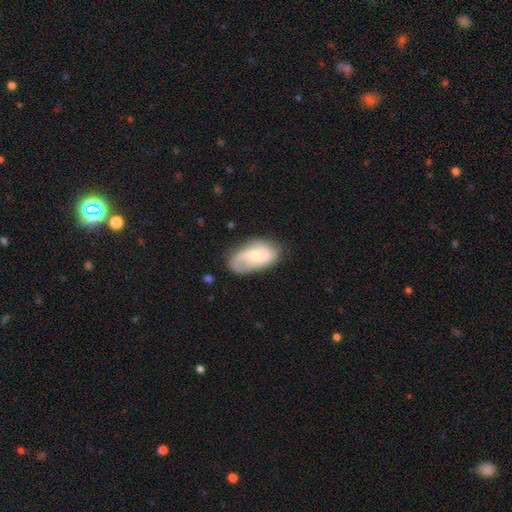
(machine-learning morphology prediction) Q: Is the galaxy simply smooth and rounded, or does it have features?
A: featured or disk — 77%.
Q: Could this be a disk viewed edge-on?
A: no — 96%.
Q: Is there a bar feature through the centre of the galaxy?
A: weak — 45%, tied with no.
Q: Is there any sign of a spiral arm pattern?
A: yes — 93%.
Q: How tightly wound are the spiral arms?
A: medium — 43%.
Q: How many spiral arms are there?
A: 2 — 81%.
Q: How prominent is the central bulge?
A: moderate — 54%.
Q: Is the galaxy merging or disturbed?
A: none — 71%.